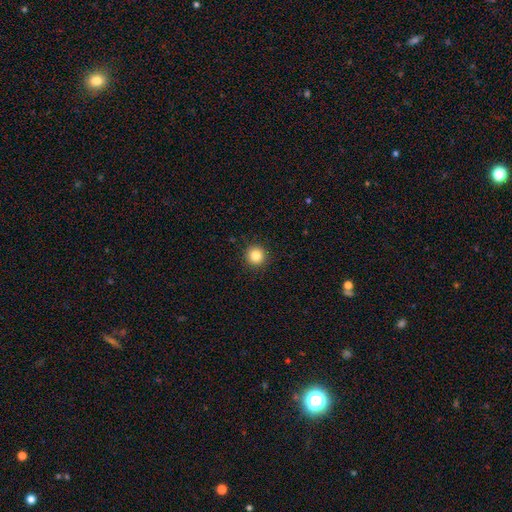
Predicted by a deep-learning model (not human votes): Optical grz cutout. It shows a smooth galaxy with no disk features (85%) that is round (95%). Merging: none (92%).